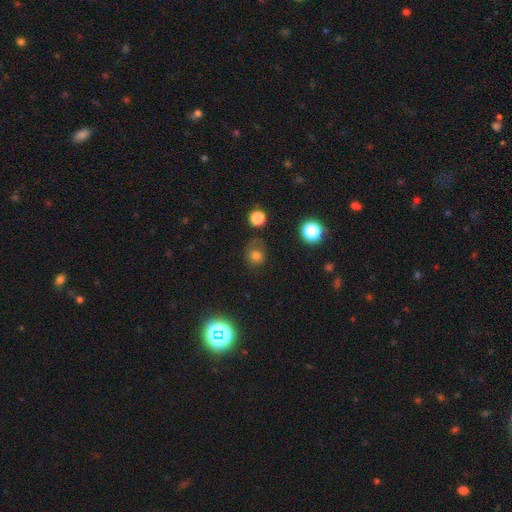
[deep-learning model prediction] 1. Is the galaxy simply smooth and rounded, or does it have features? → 74% smooth, 18% star or artifact, 8% featured or disk.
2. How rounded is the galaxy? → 76% round, 23% in between, 1% cigar-shaped.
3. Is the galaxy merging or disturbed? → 61% none, 24% minor disturbance, 12% major disturbance, 3% merger.